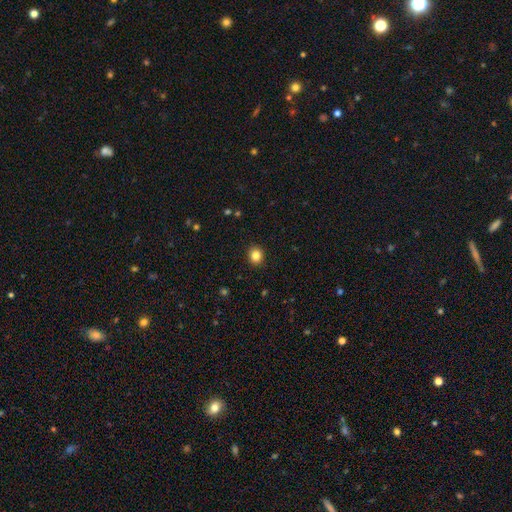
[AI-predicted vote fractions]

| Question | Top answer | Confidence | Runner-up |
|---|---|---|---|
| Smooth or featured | smooth | 84% | star or artifact (11%) |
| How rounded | round | 80% | in between (19%) |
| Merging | none | 91% | minor disturbance (6%) |